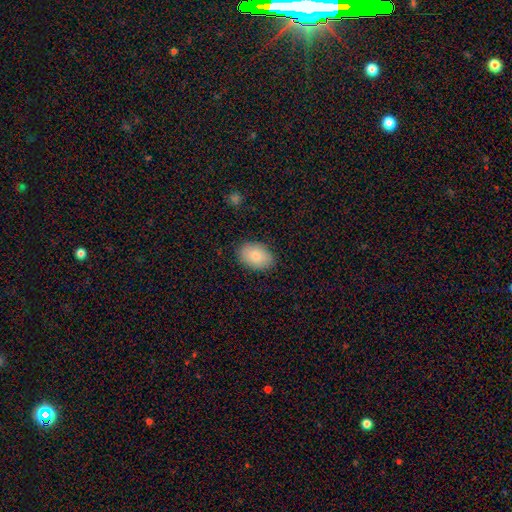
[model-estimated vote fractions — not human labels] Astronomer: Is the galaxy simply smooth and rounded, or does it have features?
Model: smooth — 84%.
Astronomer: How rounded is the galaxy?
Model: in between — 85%.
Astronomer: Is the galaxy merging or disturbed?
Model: none — 87%.